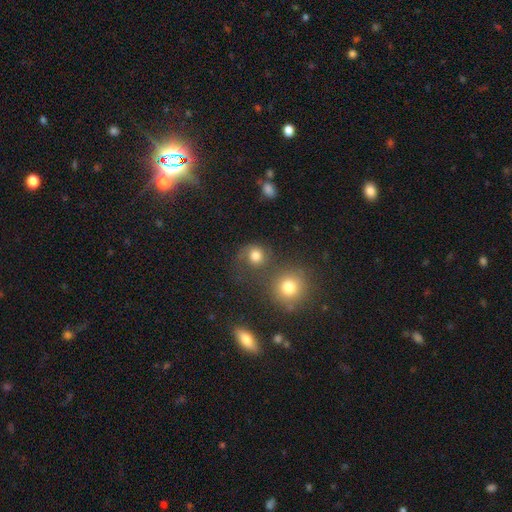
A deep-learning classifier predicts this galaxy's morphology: The model was most divided on "merging": none: 48%, merger: 23%, major disturbance: 15%, minor disturbance: 14%. More confident: how rounded — round (83%); smooth or featured — smooth (73%).